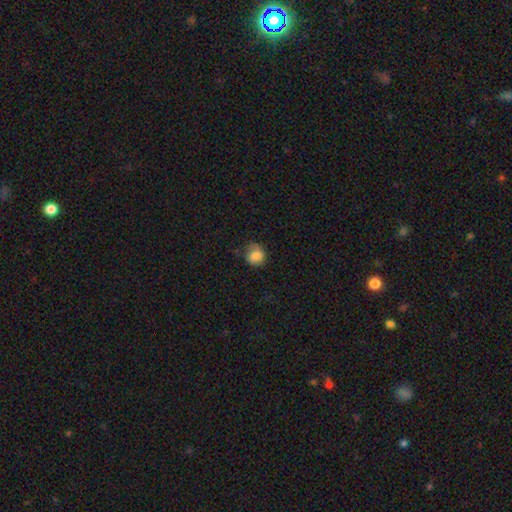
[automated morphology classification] type=smooth (82%); roundness=round (74%); merging=none (60%).